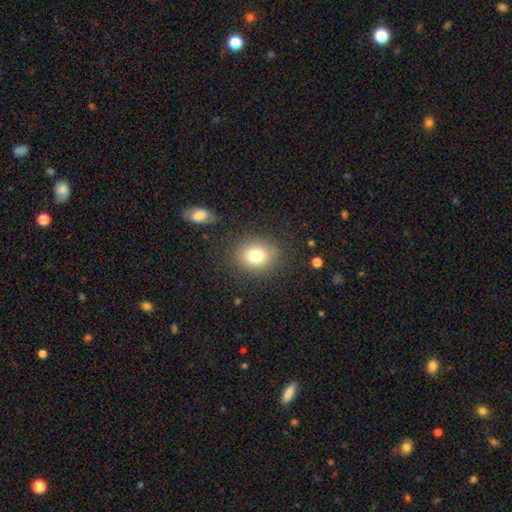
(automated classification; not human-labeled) Smooth or featured?
  - smooth: 78% *
  - star or artifact: 12%
  - featured or disk: 11%
How rounded?
  - round: 62% *
  - in between: 37%
  - cigar-shaped: 1%
Merging?
  - none: 83% *
  - minor disturbance: 11%
  - major disturbance: 4%
  - merger: 2%